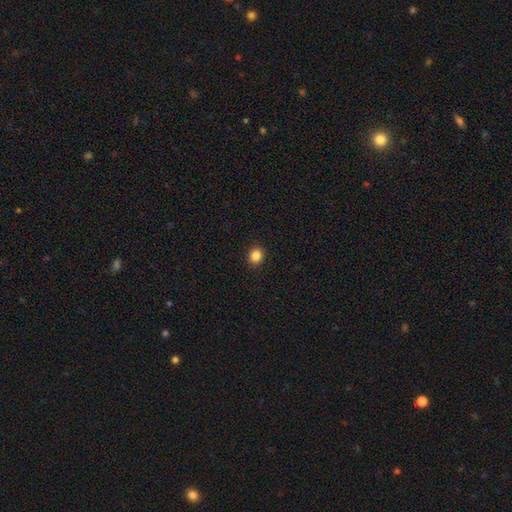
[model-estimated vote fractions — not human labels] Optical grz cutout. It shows a smooth galaxy with no disk features (84%) that is round (76%). Merging: none (92%).